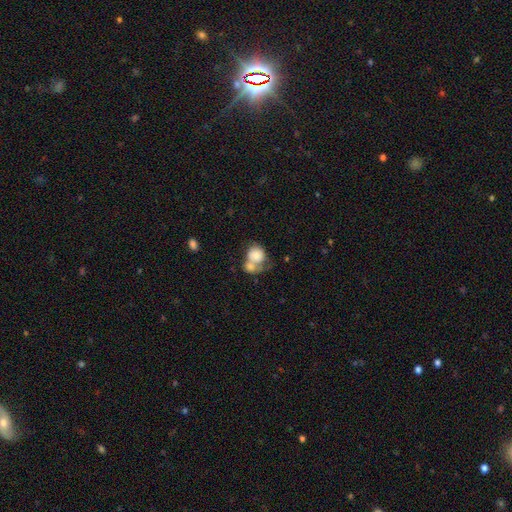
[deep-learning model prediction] smooth_or_featured: smooth (p=0.71) [alt: featured or disk p=0.22]
how_rounded: round (p=0.69) [alt: in between p=0.30]
merging: merger (p=0.62) [alt: none p=0.18]